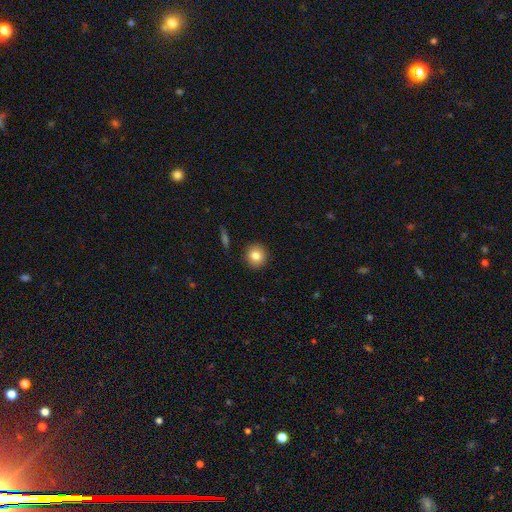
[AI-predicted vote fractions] Smooth or featured? Predicted: smooth (p=0.83). How rounded? Predicted: round (p=0.90). Merging? Predicted: none (p=0.91).